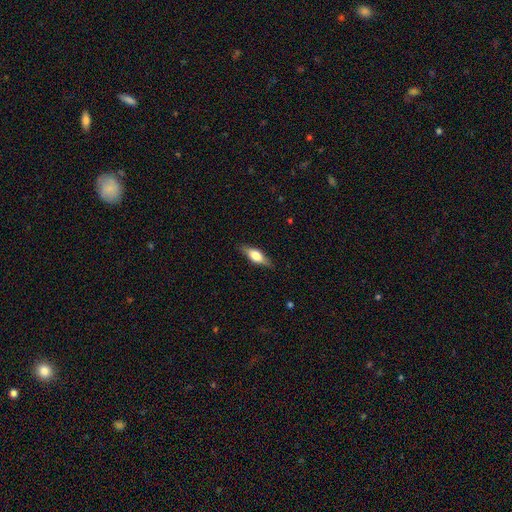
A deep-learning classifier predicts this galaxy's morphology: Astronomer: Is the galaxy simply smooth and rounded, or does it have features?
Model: smooth — 49% (runner-up: featured or disk, 44%).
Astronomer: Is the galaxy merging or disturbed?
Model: none — 85%.